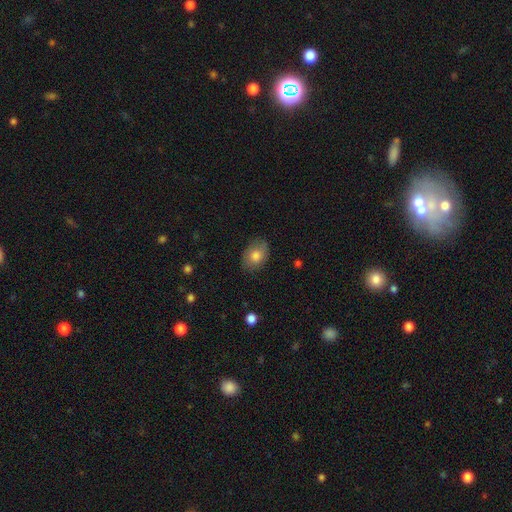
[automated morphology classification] smooth 78%, featured or disk 14%, star or artifact 8%. Down the decision tree: how rounded — in between (76%); merging — none (80%).